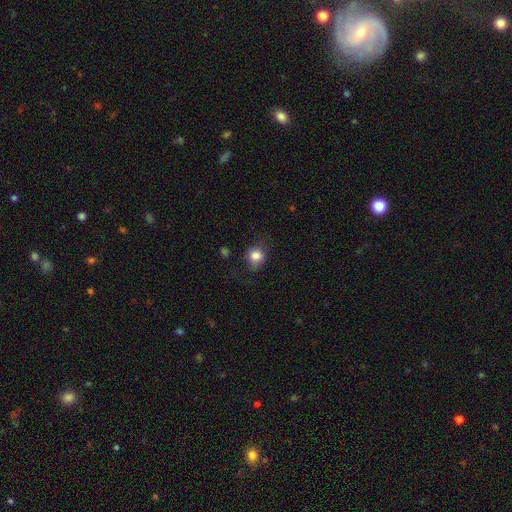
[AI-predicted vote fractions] smooth 81%, star or artifact 10%, featured or disk 9%. Down the decision tree: how rounded — round (71%); merging — none (62%).